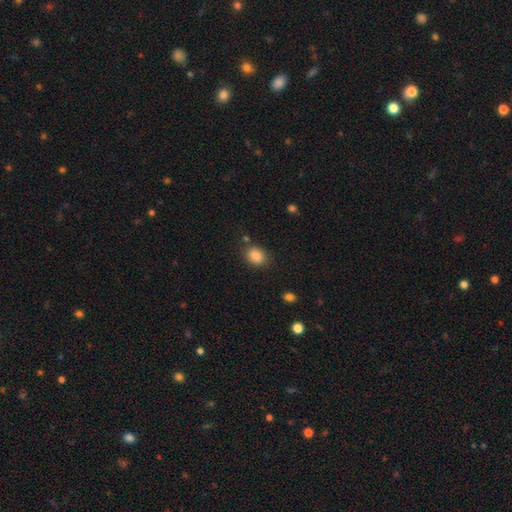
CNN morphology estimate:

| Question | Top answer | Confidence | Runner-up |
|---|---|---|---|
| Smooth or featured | smooth | 87% | star or artifact (9%) |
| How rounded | in between | 65% | round (34%) |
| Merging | none | 79% | minor disturbance (13%) |